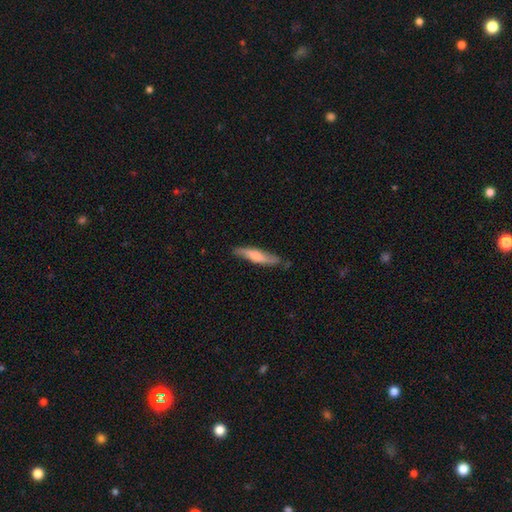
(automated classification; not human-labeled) smooth 56%, featured or disk 38%, star or artifact 5%. Down the decision tree: how rounded — cigar-shaped (84%); merging — none (77%).